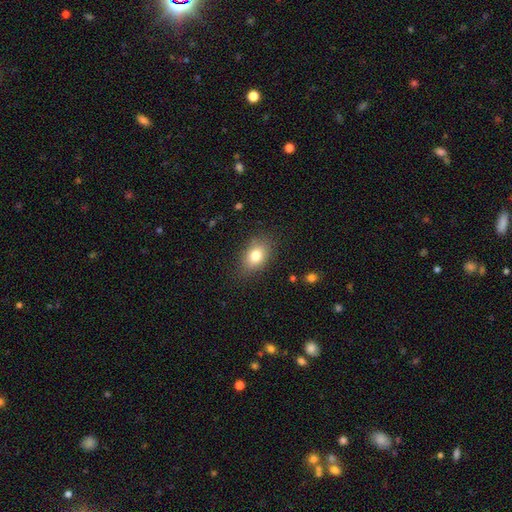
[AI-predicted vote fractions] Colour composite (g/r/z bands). It shows a smooth galaxy with no disk features (79%) that is in between round and cigar-shaped (78%). Merging: none (82%).